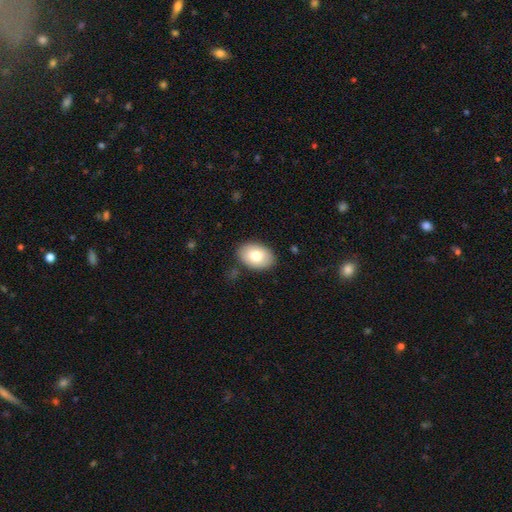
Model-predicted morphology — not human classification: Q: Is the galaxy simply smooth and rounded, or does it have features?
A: smooth — 80%.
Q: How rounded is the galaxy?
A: in between — 88%.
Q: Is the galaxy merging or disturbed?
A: none — 86%.